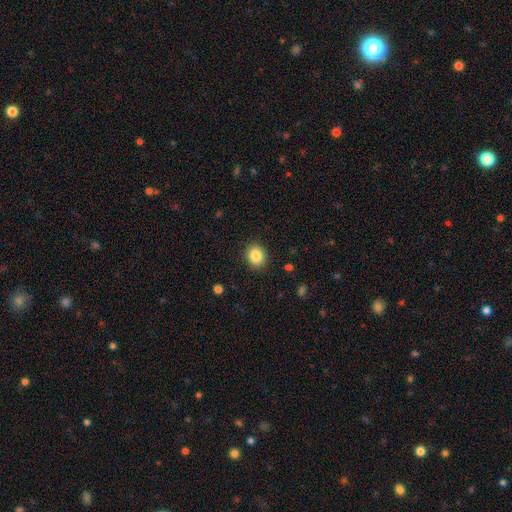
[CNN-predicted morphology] This appears to be a smooth galaxy with no disk features (86%) that is round (63%). Merging: none (90%).